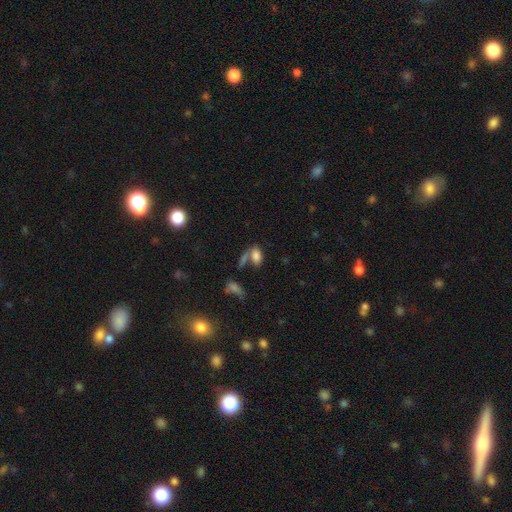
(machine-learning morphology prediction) type=smooth (78%); roundness=in between (88%); merging=none (43%).